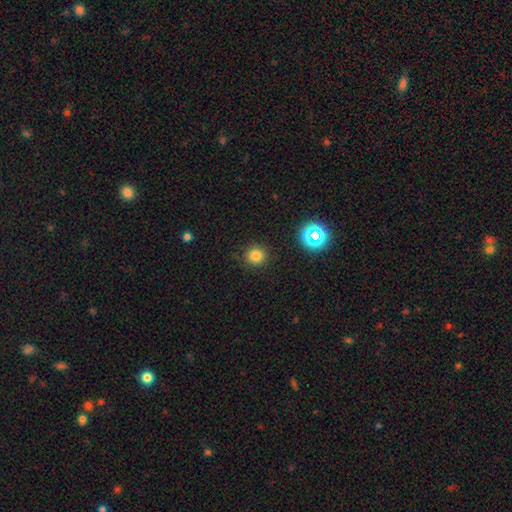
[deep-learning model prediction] Smooth or featured? Predicted: smooth (p=0.78). How rounded? Predicted: round (p=0.92). Merging? Predicted: none (p=0.90).